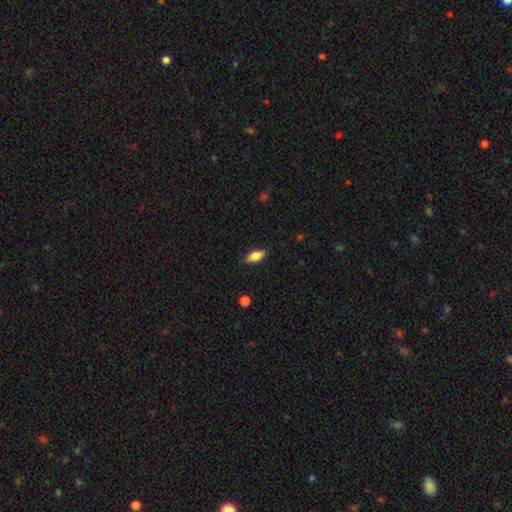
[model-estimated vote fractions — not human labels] Smooth or featured? smooth (74%)
How rounded? in between (78%)
Merging? none (86%)